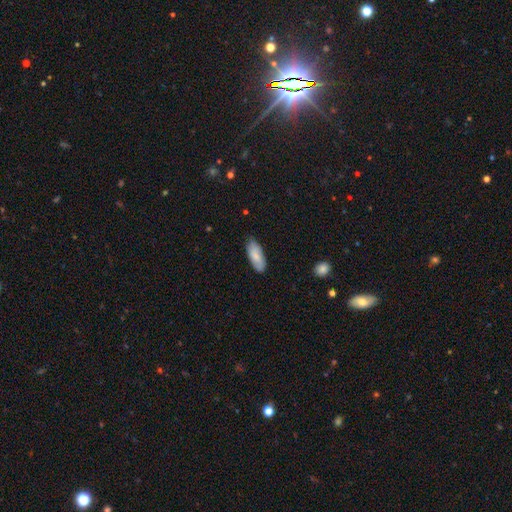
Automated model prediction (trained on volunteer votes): Smooth or featured? smooth (81%)
How rounded? in between (81%)
Merging? none (81%)